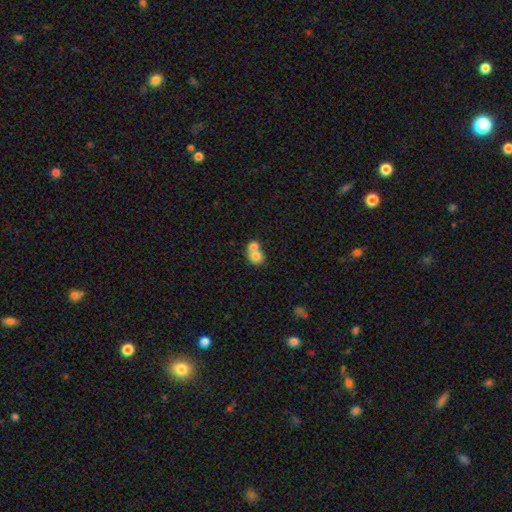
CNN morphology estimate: A smooth galaxy with no disk features (75%) that is round (71%). Merging: merger (68%).